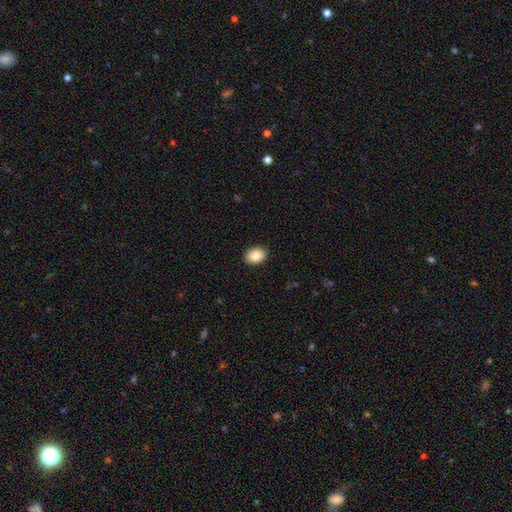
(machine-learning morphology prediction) Smooth or featured? Predicted: smooth (p=0.88). How rounded? Predicted: in between (p=0.72). Merging? Predicted: none (p=0.90).